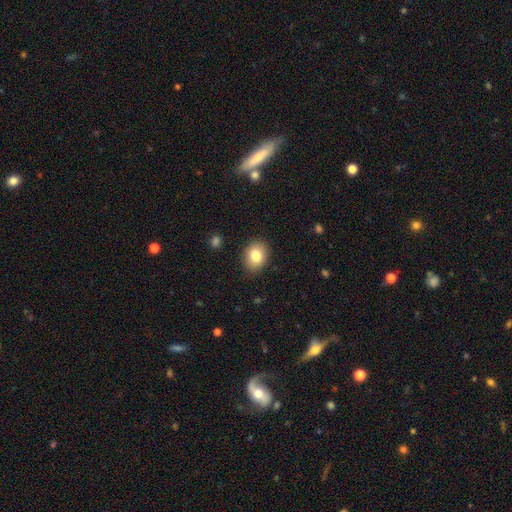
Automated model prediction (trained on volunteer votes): smooth-or-featured: smooth: 82% | featured or disk: 9% | star or artifact: 9%
  how-rounded: in between: 64% | round: 35% | cigar-shaped: 1%
  merging: none: 88% | minor disturbance: 9% | major disturbance: 2% | merger: 1%